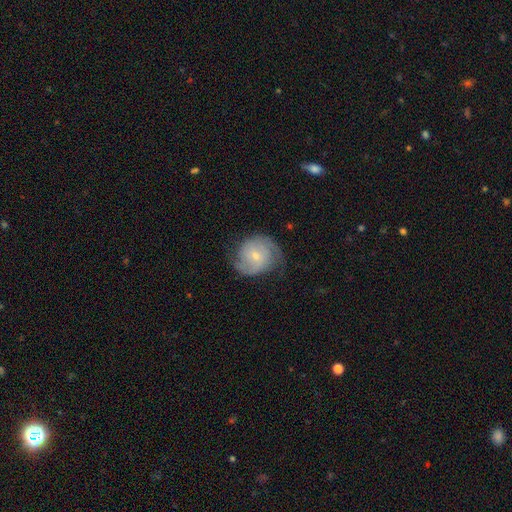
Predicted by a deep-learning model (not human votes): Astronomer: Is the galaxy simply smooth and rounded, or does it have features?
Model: featured or disk — 70%.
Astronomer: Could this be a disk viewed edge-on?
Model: no — 98%.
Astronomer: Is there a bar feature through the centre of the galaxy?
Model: no — 56% (runner-up: weak, 36%).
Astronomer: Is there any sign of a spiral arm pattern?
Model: yes — 91%.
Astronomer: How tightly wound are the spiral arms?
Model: medium — 42% (runner-up: tight, 39%).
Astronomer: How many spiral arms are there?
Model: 2 — 76%.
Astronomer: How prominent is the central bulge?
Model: small — 68%.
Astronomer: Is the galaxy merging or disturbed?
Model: none — 70%.